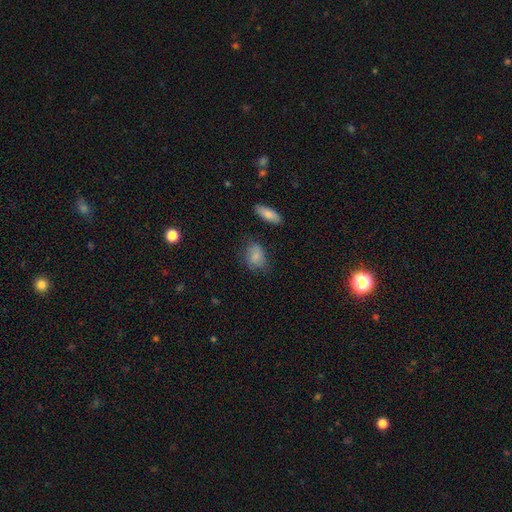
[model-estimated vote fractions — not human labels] A smooth galaxy with no disk features (81%) that is in between round and cigar-shaped (70%). Merging: none (66%).